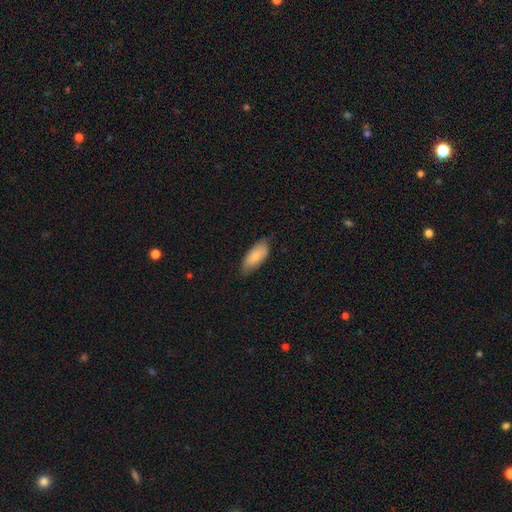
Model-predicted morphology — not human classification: A smooth galaxy with no disk features (82%) that is in between round and cigar-shaped (87%). Merging: none (72%).